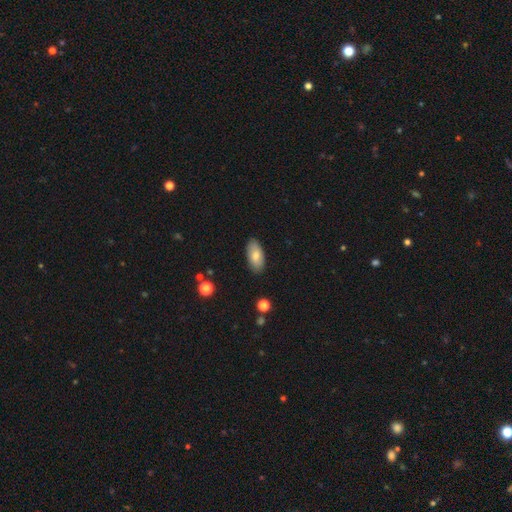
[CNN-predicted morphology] Smooth or featured? smooth (79%)
How rounded? in between (92%)
Merging? none (87%)